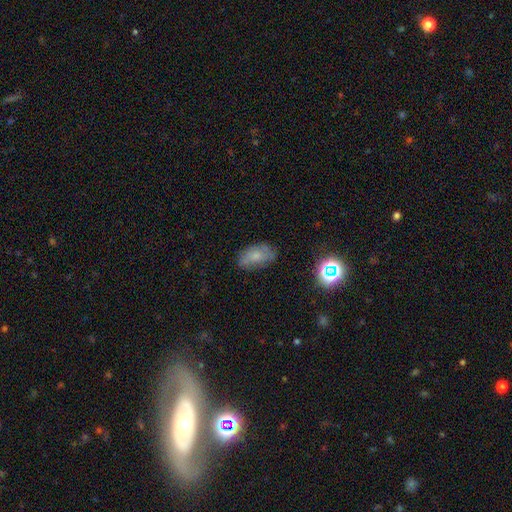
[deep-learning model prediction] This is likely a smooth galaxy (66%). How rounded: clearly in between (91%). Merging: likely none (69%).